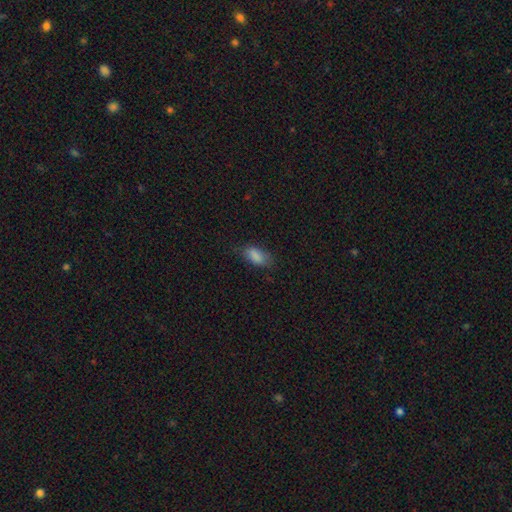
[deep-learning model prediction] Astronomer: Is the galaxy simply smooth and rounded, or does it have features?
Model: smooth — 85%.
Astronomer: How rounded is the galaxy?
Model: in between — 90%.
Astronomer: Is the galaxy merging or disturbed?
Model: none — 67%.